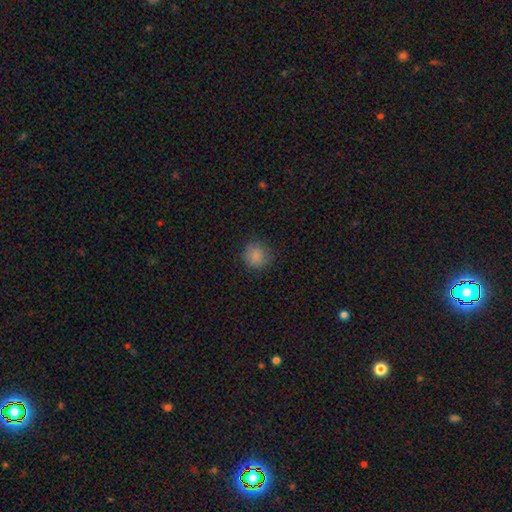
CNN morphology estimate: type=smooth (85%); roundness=round (90%); merging=none (82%).